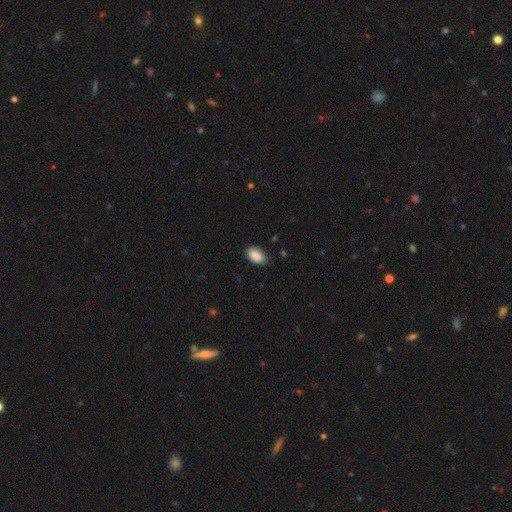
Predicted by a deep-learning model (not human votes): This is clearly a smooth galaxy (90%). How rounded: clearly in between (92%). Merging: clearly none (81%).